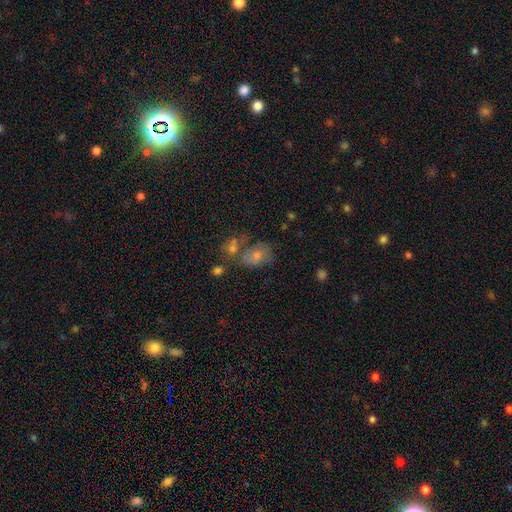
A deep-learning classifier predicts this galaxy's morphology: Q: Smooth or featured?
A: featured or disk (42%); runner-up: smooth (37%)
Q: Merging?
A: none (48%); runner-up: merger (25%)